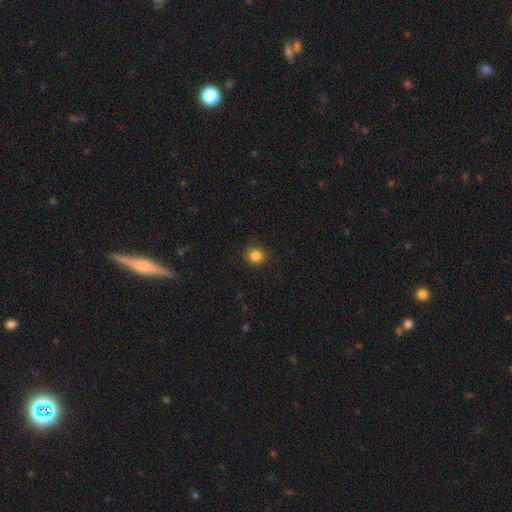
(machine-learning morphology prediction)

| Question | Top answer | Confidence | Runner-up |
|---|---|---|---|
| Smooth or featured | smooth | 84% | star or artifact (11%) |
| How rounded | round | 85% | in between (14%) |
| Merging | none | 86% | minor disturbance (11%) |